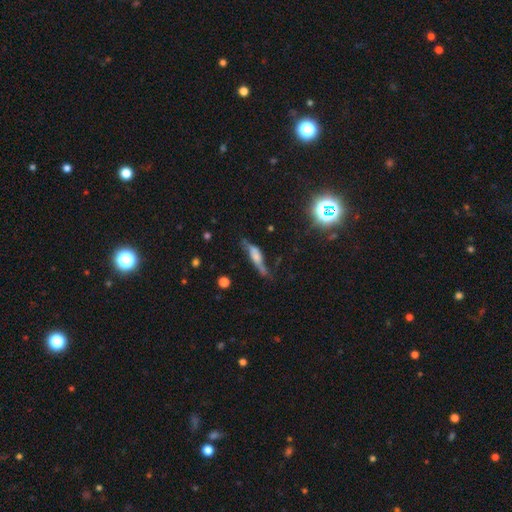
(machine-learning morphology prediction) The model was most divided on "smooth or featured": featured or disk: 49%, smooth: 40%, star or artifact: 11%. Remaining: merging — none (48%).